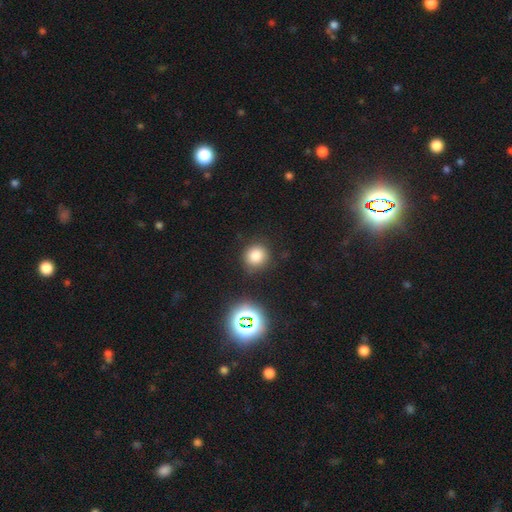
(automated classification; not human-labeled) A smooth galaxy with no disk features (78%) that is round (86%). Merging: none (83%).